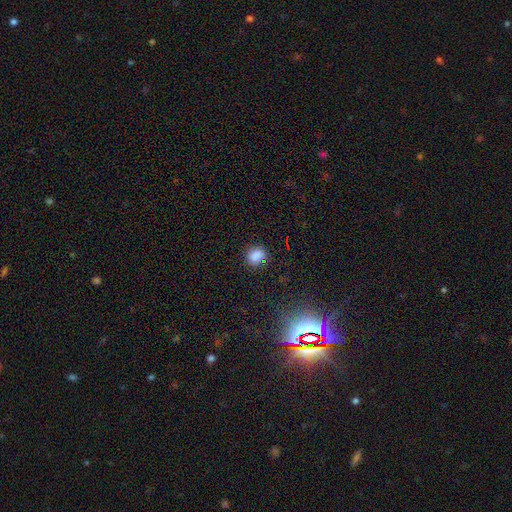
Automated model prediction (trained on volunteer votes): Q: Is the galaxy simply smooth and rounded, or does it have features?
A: smooth — 80%.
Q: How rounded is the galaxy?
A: round — 61%.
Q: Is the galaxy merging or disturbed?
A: none — 81%.